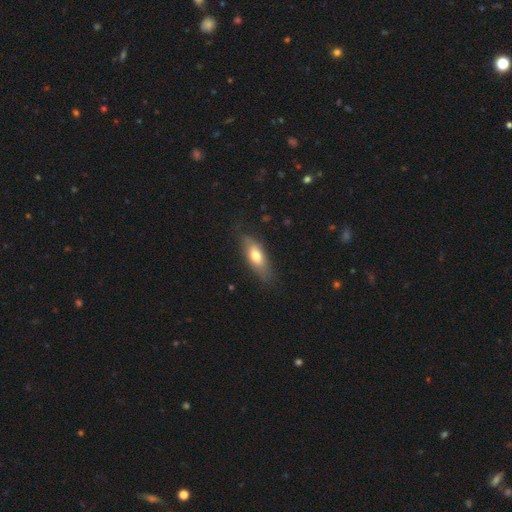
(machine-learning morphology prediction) Smooth or featured: smooth — 65% (featured or disk — 28%)
How rounded: in between — 68% (cigar-shaped — 29%)
Merging: none — 75% (minor disturbance — 19%)